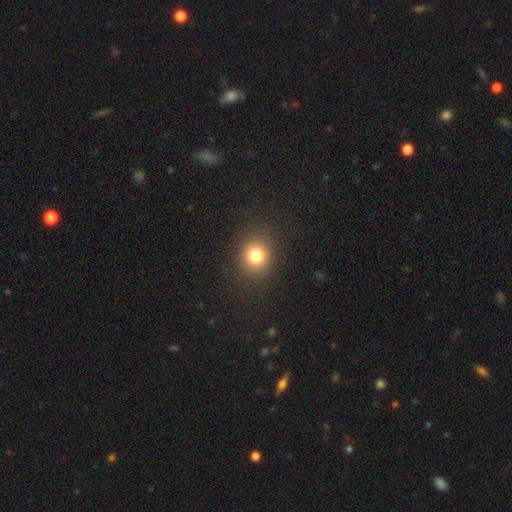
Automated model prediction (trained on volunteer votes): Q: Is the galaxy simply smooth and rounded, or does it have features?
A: smooth — 79%.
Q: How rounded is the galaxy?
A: round — 79%.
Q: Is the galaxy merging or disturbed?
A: none — 88%.